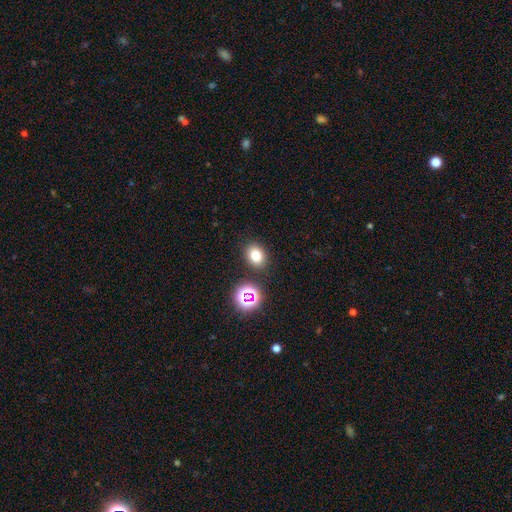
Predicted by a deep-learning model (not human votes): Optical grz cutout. It shows a smooth galaxy with no disk features (75%) that is in between round and cigar-shaped (51%). Merging: none (85%).